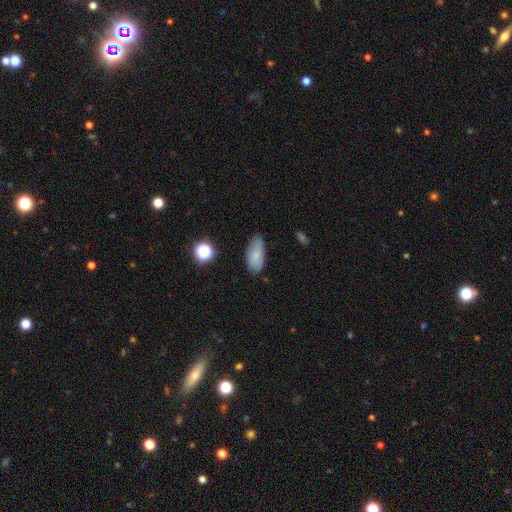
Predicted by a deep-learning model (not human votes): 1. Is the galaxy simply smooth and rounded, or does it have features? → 78% smooth, 13% featured or disk, 9% star or artifact.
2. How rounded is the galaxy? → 88% in between, 8% cigar-shaped, 4% round.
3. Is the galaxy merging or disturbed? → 75% none, 19% minor disturbance, 4% major disturbance, 2% merger.